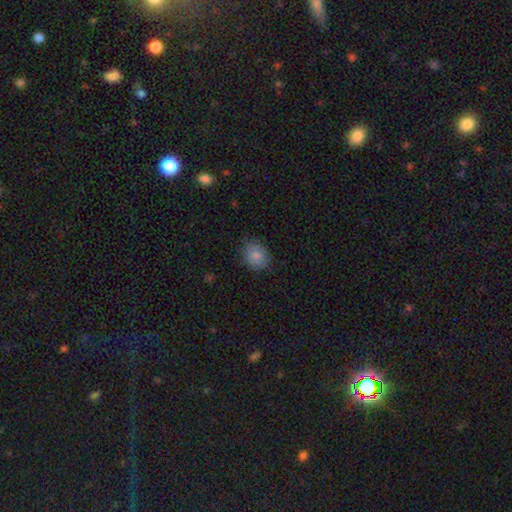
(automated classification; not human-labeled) This is clearly a smooth galaxy (85%). How rounded: likely round (62%). Merging: likely none (79%).